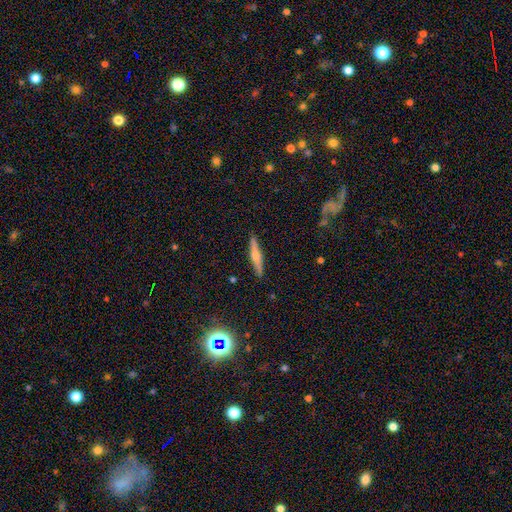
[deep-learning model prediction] Q: Smooth or featured?
A: featured or disk (50%); runner-up: smooth (43%)
Q: Edge-on disk?
A: yes (96%); runner-up: no (4%)
Q: Merging?
A: none (90%); runner-up: minor disturbance (7%)